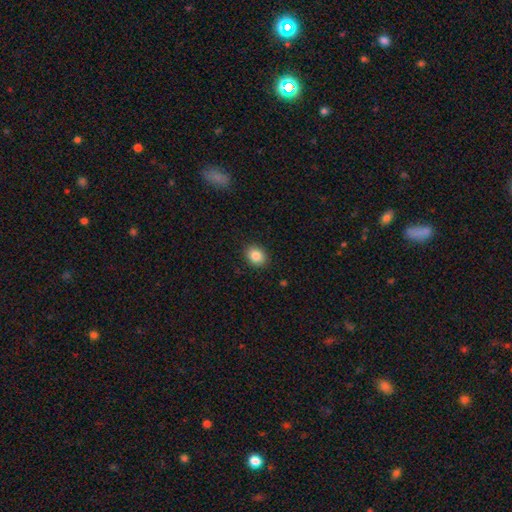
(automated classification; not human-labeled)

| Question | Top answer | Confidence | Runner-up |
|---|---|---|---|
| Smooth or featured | smooth | 86% | star or artifact (9%) |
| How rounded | in between | 50% | round (49%) |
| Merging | none | 89% | minor disturbance (8%) |